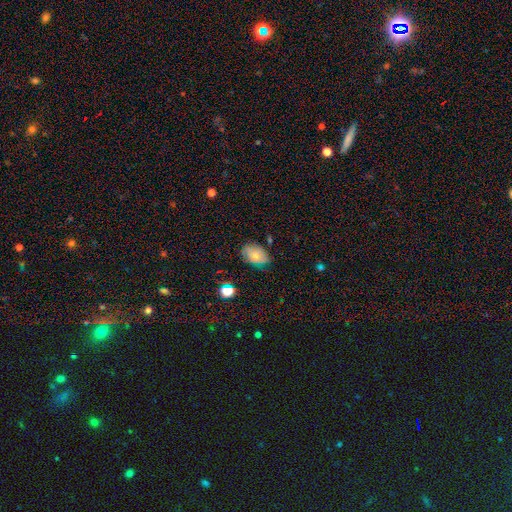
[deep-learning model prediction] Q: Smooth or featured?
A: smooth (63%); runner-up: featured or disk (26%)
Q: How rounded?
A: in between (86%); runner-up: round (13%)
Q: Merging?
A: none (68%); runner-up: minor disturbance (25%)